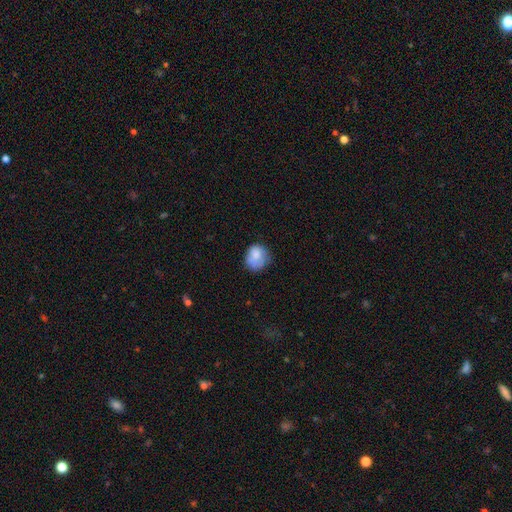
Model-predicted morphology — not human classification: Smooth or featured?
  - smooth: 75% *
  - featured or disk: 16%
  - star or artifact: 9%
How rounded?
  - round: 73% *
  - in between: 26%
  - cigar-shaped: 1%
Merging?
  - none: 55% *
  - minor disturbance: 29%
  - major disturbance: 13%
  - merger: 3%